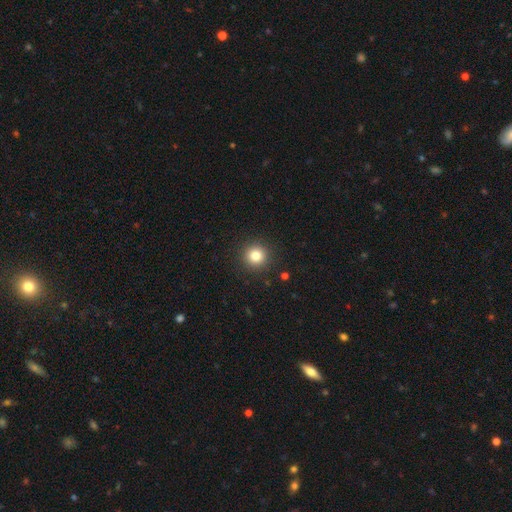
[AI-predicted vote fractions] smooth 82%, star or artifact 12%, featured or disk 6%. Down the decision tree: how rounded — round (95%); merging — none (92%).